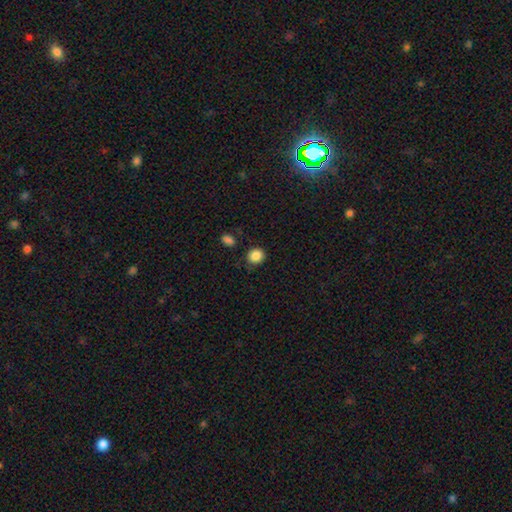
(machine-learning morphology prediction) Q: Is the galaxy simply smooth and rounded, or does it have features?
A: smooth — 87%.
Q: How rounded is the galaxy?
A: round — 78%.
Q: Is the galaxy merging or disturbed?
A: none — 83%.